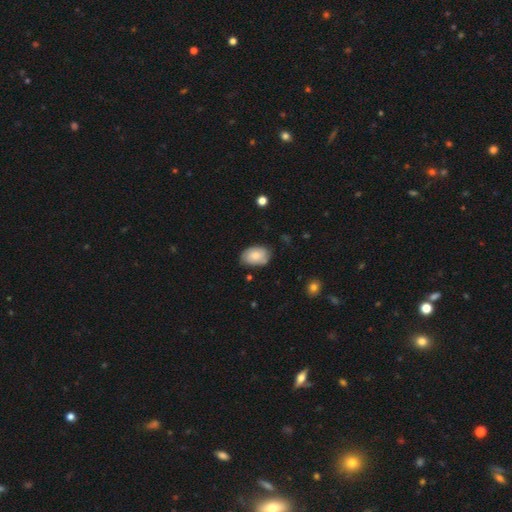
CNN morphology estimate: The model was most divided on "merging": none: 71%, minor disturbance: 24%, major disturbance: 4%, merger: 2%. More confident: how rounded — in between (87%); smooth or featured — smooth (75%).